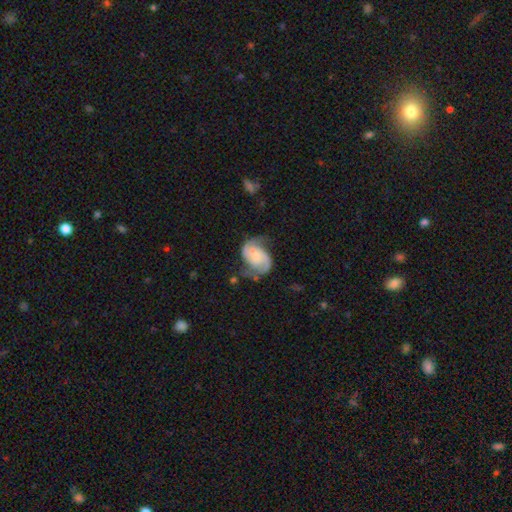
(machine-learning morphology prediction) Smooth or featured? Predicted: featured or disk (p=0.86). Edge-on disk? Predicted: no (p=0.98). Bar? Predicted: no (p=0.58). Spiral arms? Predicted: yes (p=0.97). Spiral winding? Predicted: medium (p=0.51). Spiral arm count? Predicted: 2 (p=0.91). Bulge size? Predicted: small (p=0.52). Merging? Predicted: none (p=0.61).